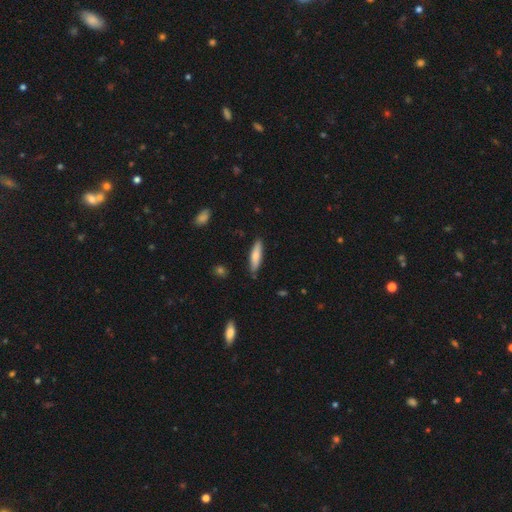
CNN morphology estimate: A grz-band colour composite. It shows a smooth galaxy with no disk features (72%) that is cigar-shaped (74%). Merging: none (85%).